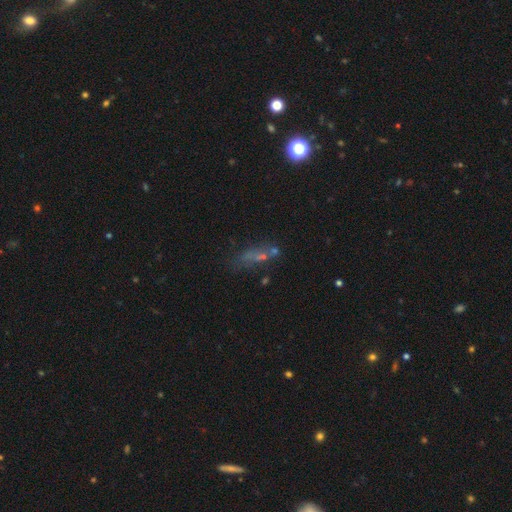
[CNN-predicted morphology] type=smooth (41%); merging=none (54%).